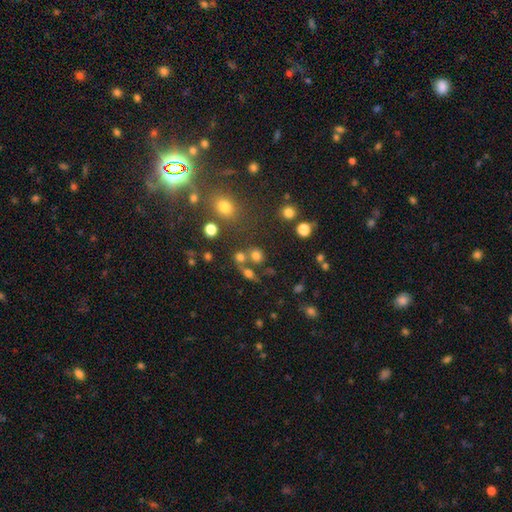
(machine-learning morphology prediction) Overall: smooth (72%). How rounded: round (80%). Merging: none (57%; merger 28%).